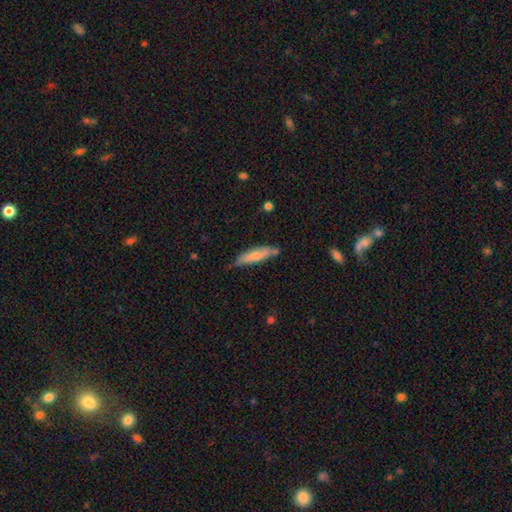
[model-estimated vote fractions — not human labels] A smooth galaxy with no disk features (62%) that is cigar-shaped (75%). Merging: none (69%).